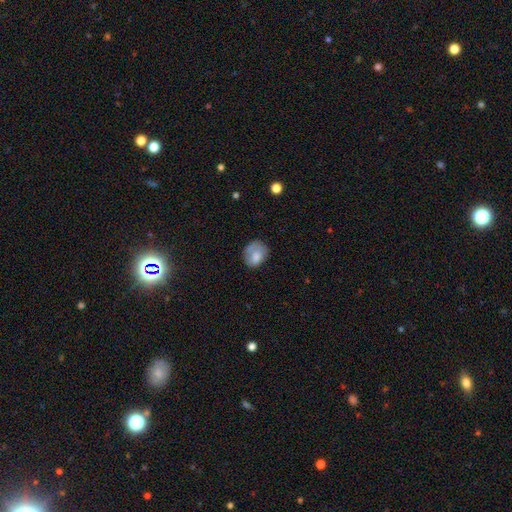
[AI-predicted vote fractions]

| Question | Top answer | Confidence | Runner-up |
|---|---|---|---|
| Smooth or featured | smooth | 70% | featured or disk (22%) |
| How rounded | in between | 51% | round (48%) |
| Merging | none | 52% | minor disturbance (28%) |